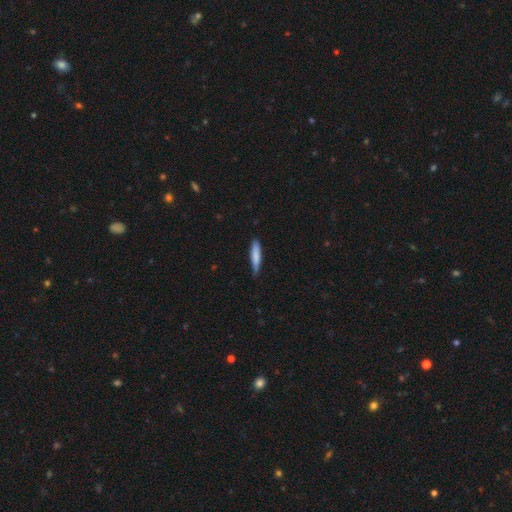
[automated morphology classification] Smooth or featured? smooth (80%)
How rounded? cigar-shaped (85%)
Merging? none (70%)